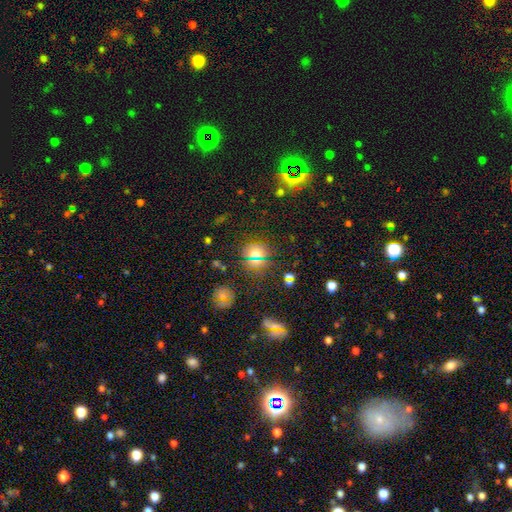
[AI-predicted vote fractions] This is possibly a smooth galaxy (49%). Merging: likely none (80%).